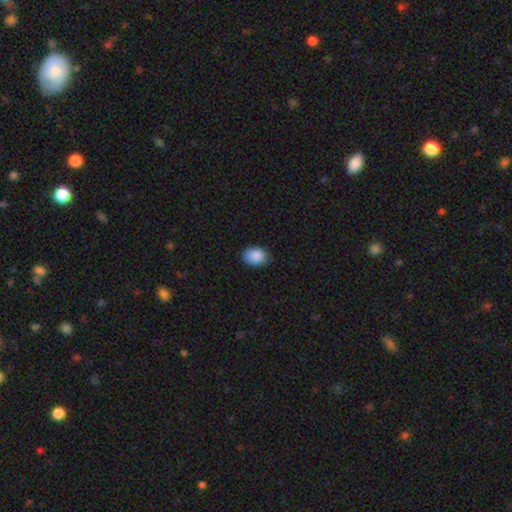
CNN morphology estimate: Smooth or featured? Predicted: smooth (p=0.89). How rounded? Predicted: in between (p=0.70). Merging? Predicted: none (p=0.80).